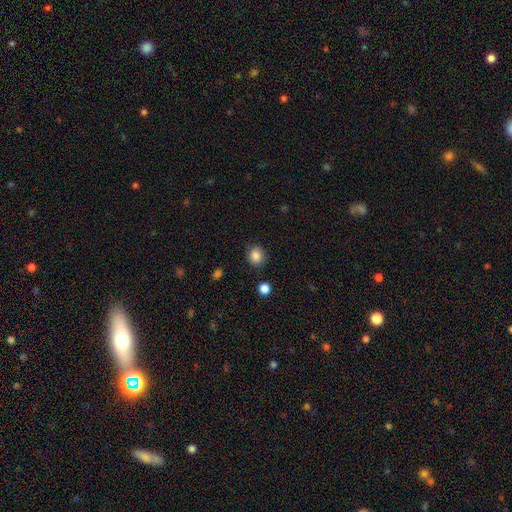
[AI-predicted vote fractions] A smooth galaxy with no disk features (86%) that is round (78%). Merging: none (84%).